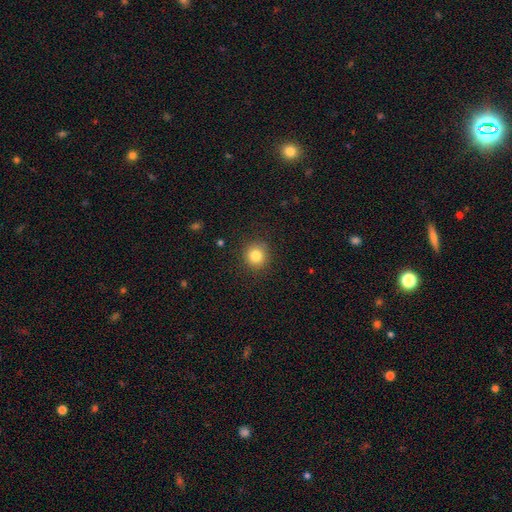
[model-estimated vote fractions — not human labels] smooth_or_featured: smooth (p=0.82) [alt: star or artifact p=0.11]
how_rounded: round (p=0.90) [alt: in between p=0.09]
merging: none (p=0.89) [alt: minor disturbance p=0.07]